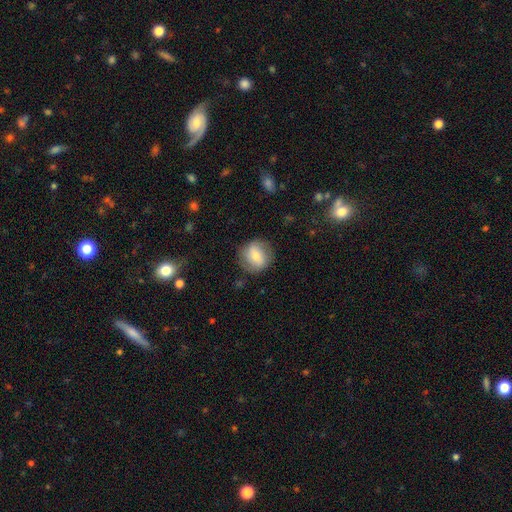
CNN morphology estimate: The model was most divided on "smooth or featured": smooth: 63%, featured or disk: 29%, star or artifact: 8%. More confident: how rounded — round (86%); merging — none (80%).